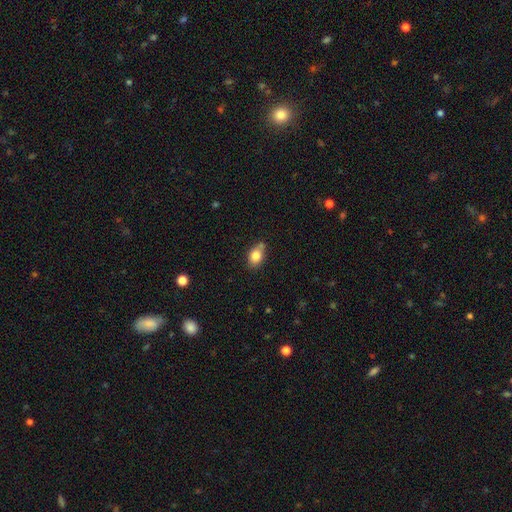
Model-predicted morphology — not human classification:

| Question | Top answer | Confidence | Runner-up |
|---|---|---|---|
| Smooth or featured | smooth | 82% | featured or disk (9%) |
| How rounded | in between | 72% | round (26%) |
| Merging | none | 62% | minor disturbance (23%) |